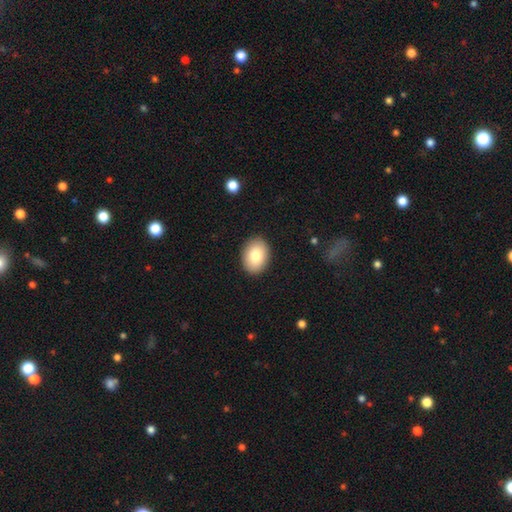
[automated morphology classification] A smooth galaxy with no disk features (81%) that is in between round and cigar-shaped (74%). Merging: none (90%).